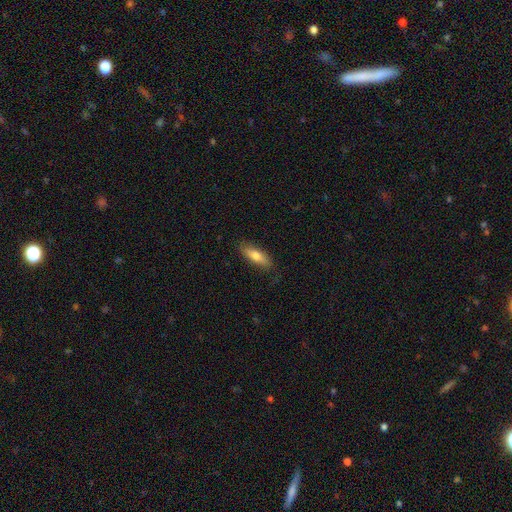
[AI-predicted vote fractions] Smooth or featured: smooth — 70% (featured or disk — 24%)
How rounded: in between — 50% (cigar-shaped — 47%)
Merging: none — 83% (minor disturbance — 14%)